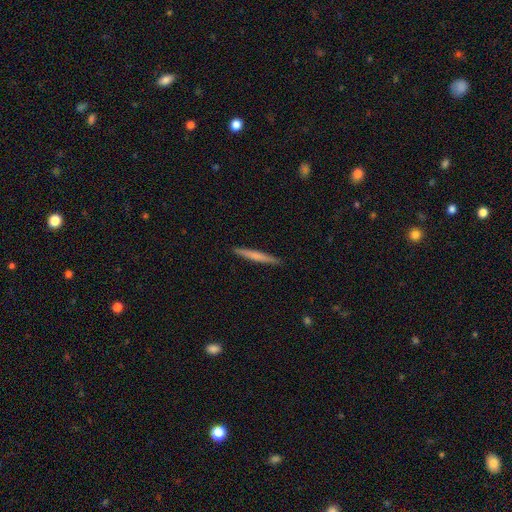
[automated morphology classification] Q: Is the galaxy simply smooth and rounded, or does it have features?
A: smooth — 61%.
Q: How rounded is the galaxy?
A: cigar-shaped — 96%.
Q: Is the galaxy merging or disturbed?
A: none — 91%.